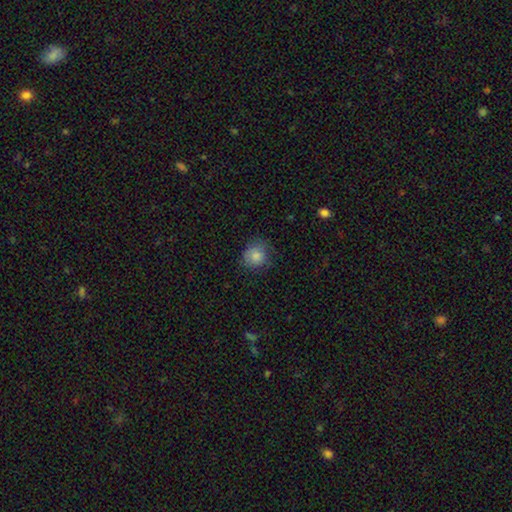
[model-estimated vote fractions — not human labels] A smooth galaxy with no disk features (84%) that is round (83%). Merging: none (72%).